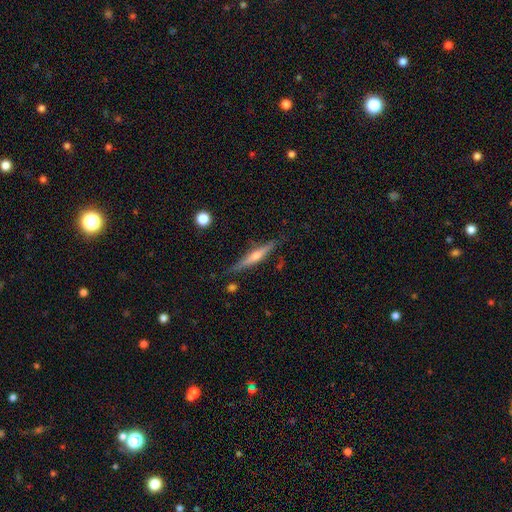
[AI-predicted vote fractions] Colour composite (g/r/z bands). It shows a featured or disk galaxy (71%) viewed edge-on (97%) with a rounded central bulge (84%). Merging: none (84%).